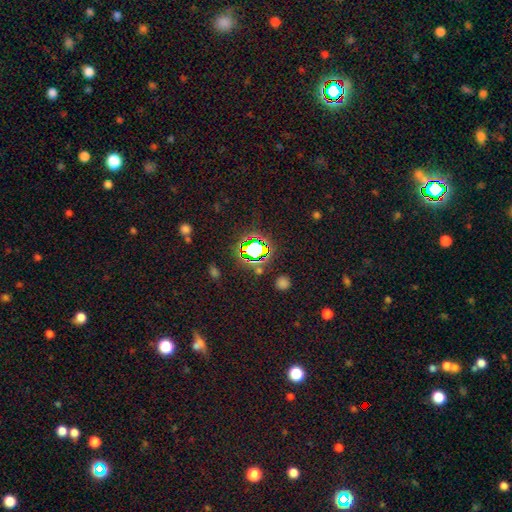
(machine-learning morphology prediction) A star or artifact, not a galaxy (77%).

Vote fractions:
- Smooth or featured? star or artifact: 77% / smooth: 15% / featured or disk: 8%